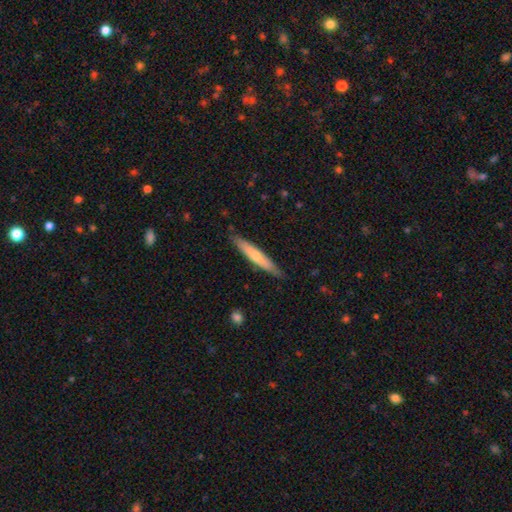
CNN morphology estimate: Smooth or featured? smooth (58%)
How rounded? cigar-shaped (92%)
Merging? none (85%)